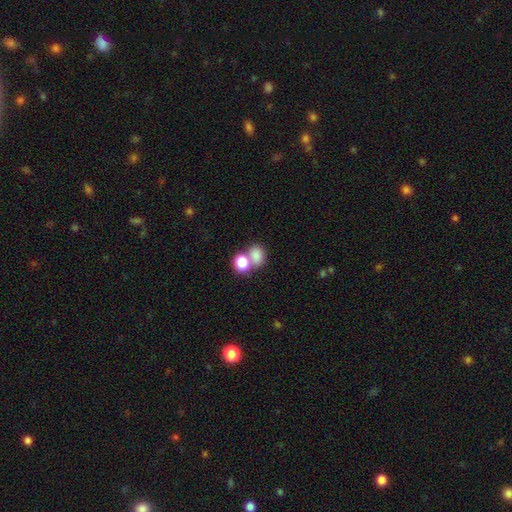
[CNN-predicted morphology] A smooth galaxy with no disk features (80%) that is in between round and cigar-shaped (53%).

Vote fractions:
- Smooth or featured? smooth: 80% / star or artifact: 11% / featured or disk: 9%
- How rounded? in between: 53% / round: 46% / cigar-shaped: 1%
- Merging? merger: 52% / none: 36% / minor disturbance: 8% / major disturbance: 4%